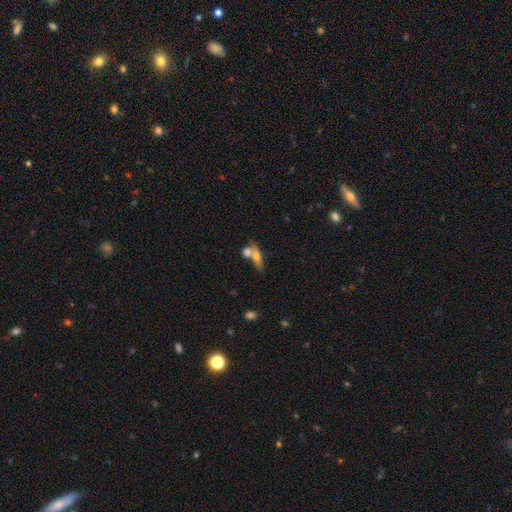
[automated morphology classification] smooth_or_featured: smooth (p=0.63) [alt: featured or disk p=0.28]
how_rounded: in between (p=0.54) [alt: cigar-shaped p=0.32]
merging: merger (p=0.49) [alt: none p=0.34]